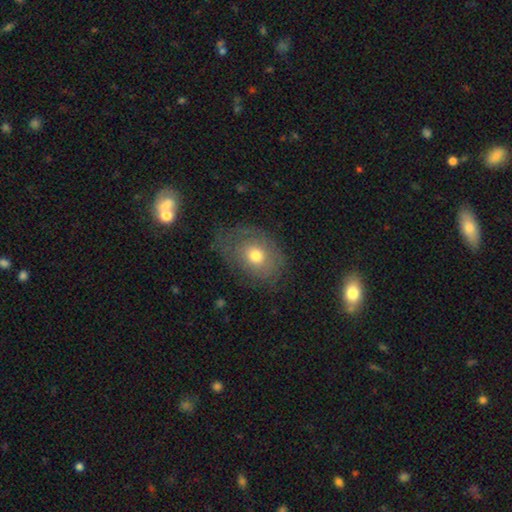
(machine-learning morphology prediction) Overall: smooth (57%; featured or disk 34%). How rounded: in between (66%; round 33%). Merging: none (64%).